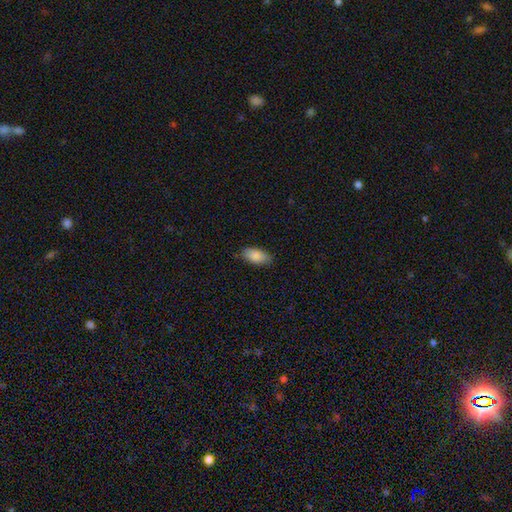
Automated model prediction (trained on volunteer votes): A smooth galaxy with no disk features (87%) that is in between round and cigar-shaped (91%). Merging: none (83%).